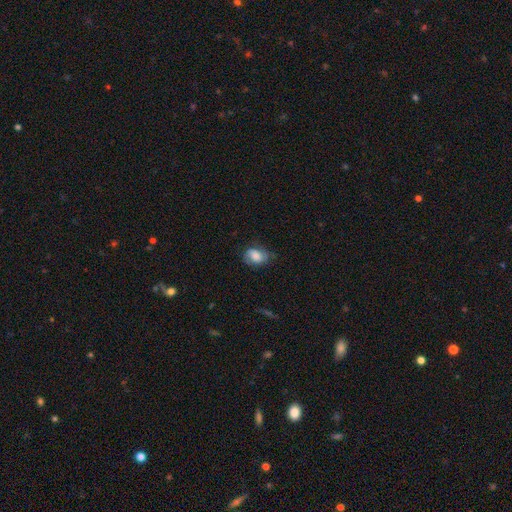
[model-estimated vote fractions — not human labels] Overall: smooth (66%; featured or disk 26%). How rounded: in between (71%). Merging: none (56%; minor disturbance 30%).